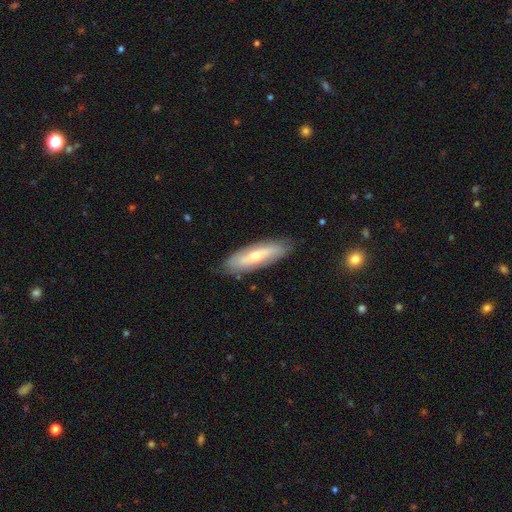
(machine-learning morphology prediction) type=featured or disk (48%); merging=none (83%).